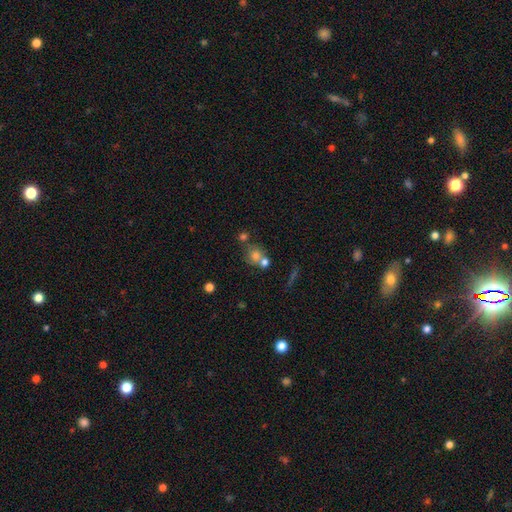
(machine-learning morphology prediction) smooth 69%, featured or disk 16%, star or artifact 15%. Down the decision tree: how rounded — round (78%); merging — none (45%).